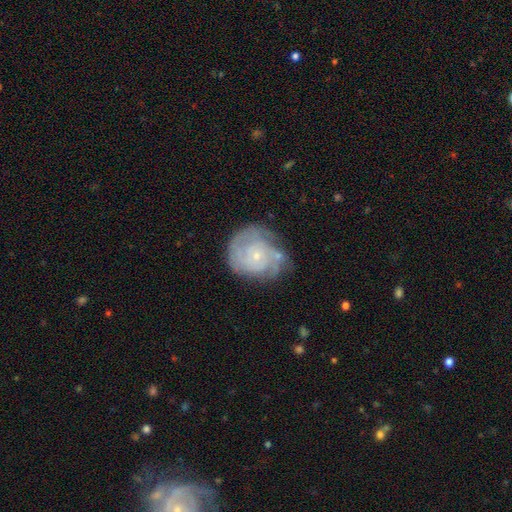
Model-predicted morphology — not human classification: The model was most divided on "spiral arm count": can't tell: 36%, 2: 27%, 3: 19%, 4: 7%, 1: 6%, more than 4: 4%. More confident: edge-on disk — no (98%); spiral arms — yes (89%); bulge size — small (81%); bar — no (80%); smooth or featured — featured or disk (75%); spiral winding — tight (68%); merging — none (59%).